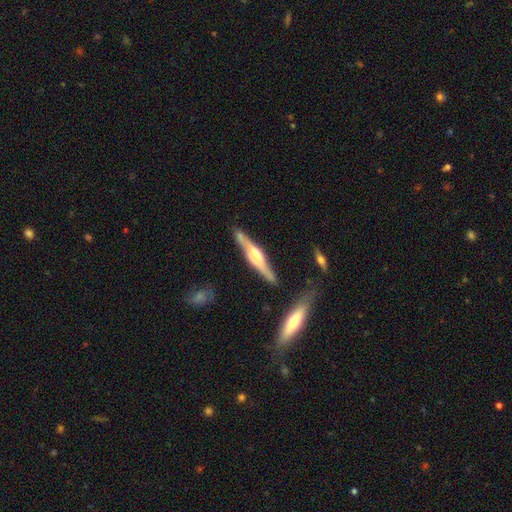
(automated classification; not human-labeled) This is likely a featured or disk galaxy (72%). It is clearly viewed edge-on (95%). Edge-on bulge: possibly rounded (55%). Merging: clearly none (81%).